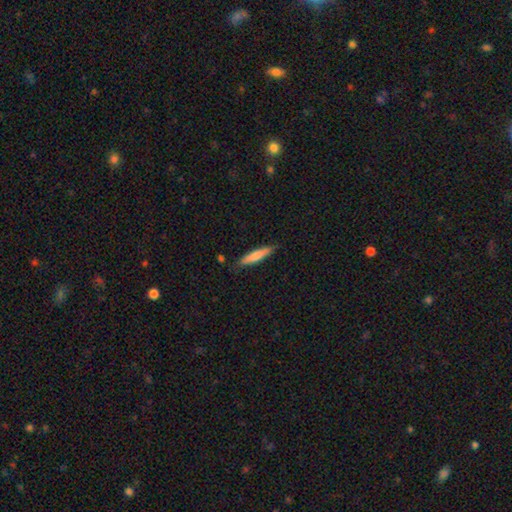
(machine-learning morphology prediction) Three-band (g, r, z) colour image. It shows a smooth galaxy with no disk features (73%) that is cigar-shaped (88%). Merging: none (84%).